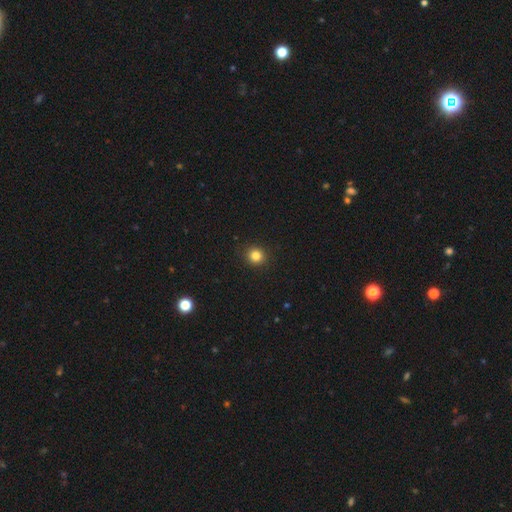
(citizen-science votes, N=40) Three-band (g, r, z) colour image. It shows a smooth galaxy with no disk features (88%) that is round (94%). Merging: none (92%).